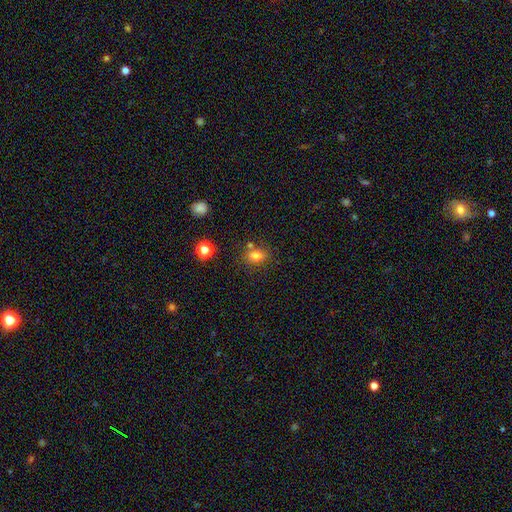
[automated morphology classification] A smooth galaxy with no disk features (75%) that is in between round and cigar-shaped (63%).

Vote fractions:
- Smooth or featured? smooth: 75% / star or artifact: 14% / featured or disk: 11%
- How rounded? in between: 63% / round: 35% / cigar-shaped: 3%
- Merging? none: 68% / minor disturbance: 15% / merger: 13% / major disturbance: 4%